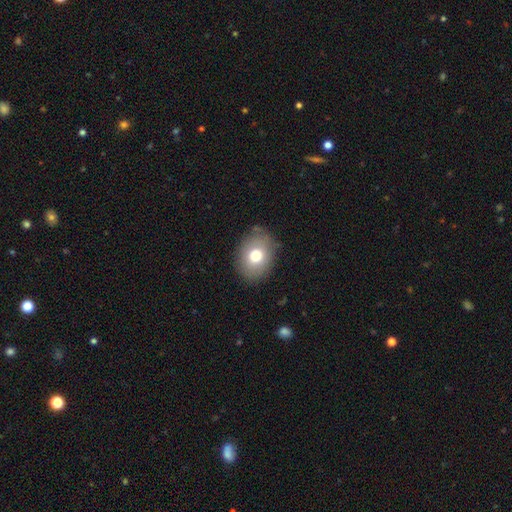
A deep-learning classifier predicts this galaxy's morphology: Q: Smooth or featured?
A: smooth (73%); runner-up: featured or disk (17%)
Q: How rounded?
A: in between (59%); runner-up: round (41%)
Q: Merging?
A: none (82%); runner-up: minor disturbance (13%)